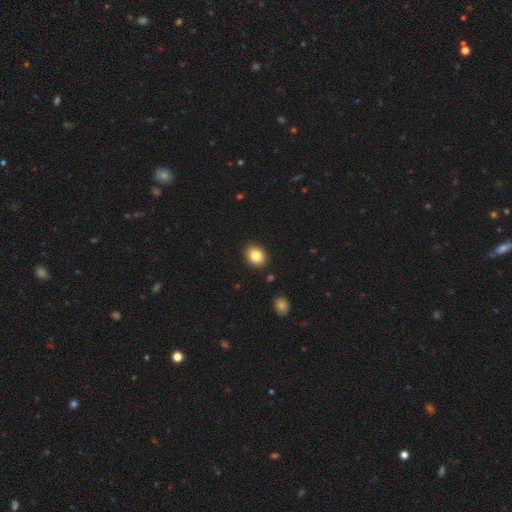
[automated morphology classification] A smooth galaxy with no disk features (85%) that is round (50%).

Vote fractions:
- Smooth or featured? smooth: 85% / star or artifact: 9% / featured or disk: 6%
- How rounded? round: 50% / in between: 49% / cigar-shaped: 1%
- Merging? none: 88% / minor disturbance: 8% / major disturbance: 2% / merger: 2%